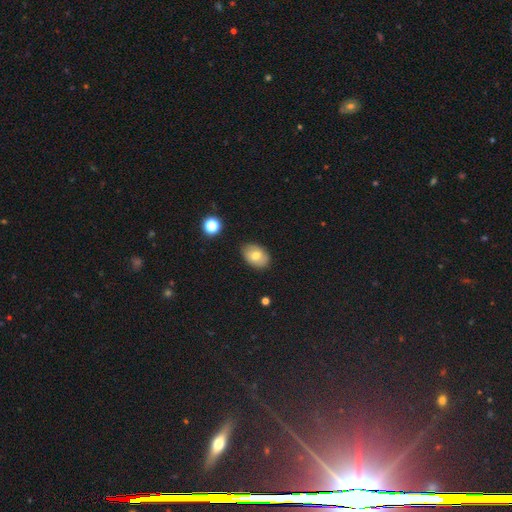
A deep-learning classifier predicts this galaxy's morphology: smooth-or-featured: smooth: 73% | featured or disk: 18% | star or artifact: 9%
  how-rounded: in between: 78% | round: 20% | cigar-shaped: 1%
  merging: none: 84% | minor disturbance: 12% | major disturbance: 2% | merger: 2%